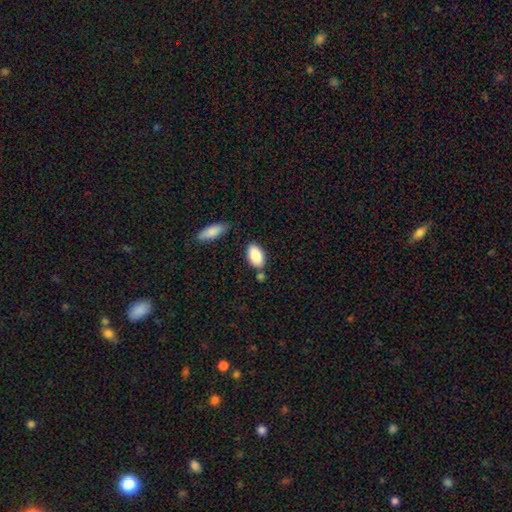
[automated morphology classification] This appears to be a smooth galaxy with no disk features (87%) that is in between round and cigar-shaped (93%). Merging: none (71%).